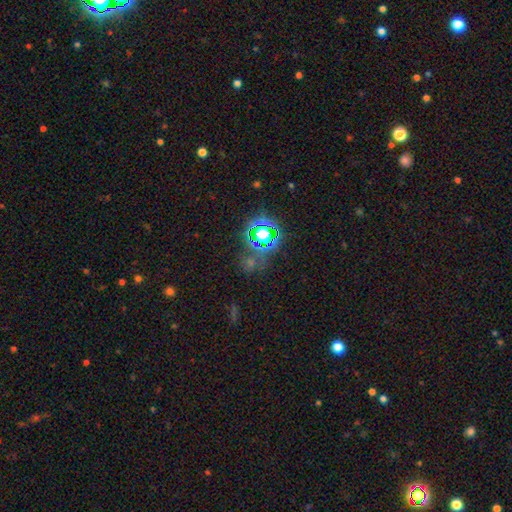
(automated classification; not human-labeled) This is likely a star or artifact rather than a galaxy (76%).